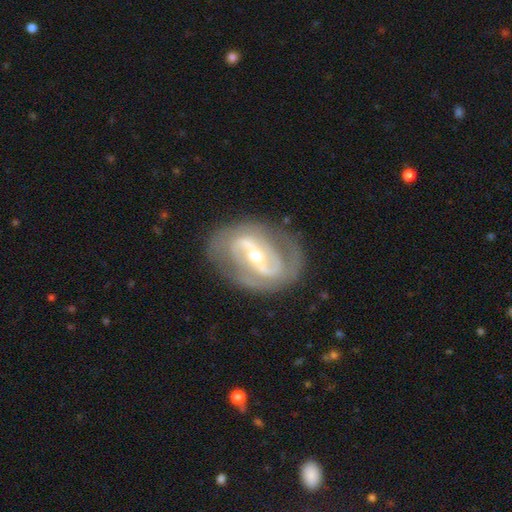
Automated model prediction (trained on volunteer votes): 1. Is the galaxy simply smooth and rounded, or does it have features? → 86% featured or disk, 8% smooth, 5% star or artifact.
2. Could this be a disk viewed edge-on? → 95% no, 5% yes.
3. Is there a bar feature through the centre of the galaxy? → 60% strong, 26% weak, 14% no.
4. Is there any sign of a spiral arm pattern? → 87% yes, 13% no.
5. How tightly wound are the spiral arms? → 45% medium, 33% tight, 21% loose.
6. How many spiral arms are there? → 80% 2, 10% can't tell, 5% 3, 3% 1, 1% 4, 1% more than 4.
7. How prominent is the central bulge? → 55% small, 41% moderate, 2% large, 1% dominant, 1% none.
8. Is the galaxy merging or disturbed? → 76% none, 15% minor disturbance, 8% major disturbance, 1% merger.